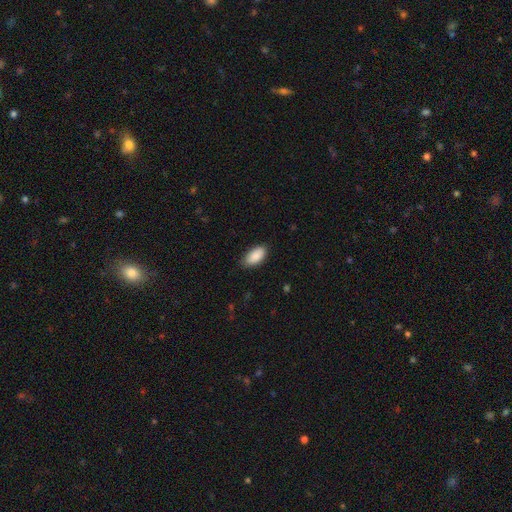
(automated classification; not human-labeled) Smooth or featured?
  - smooth: 89% *
  - star or artifact: 6%
  - featured or disk: 5%
How rounded?
  - in between: 95% *
  - cigar-shaped: 3%
  - round: 2%
Merging?
  - none: 79% *
  - minor disturbance: 17%
  - major disturbance: 3%
  - merger: 1%